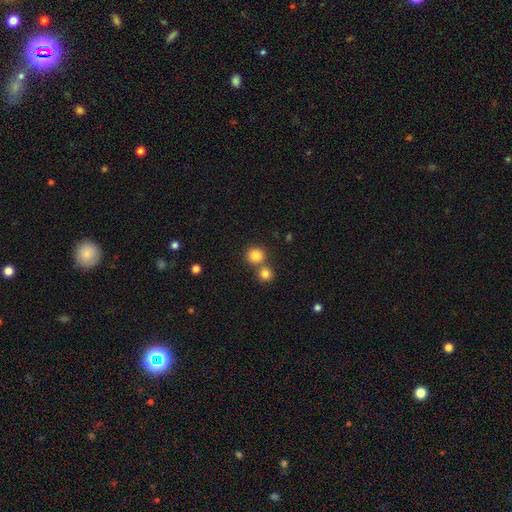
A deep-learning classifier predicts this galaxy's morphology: This appears to be a smooth galaxy with no disk features (84%) that is round (90%). Merging: none (62%).